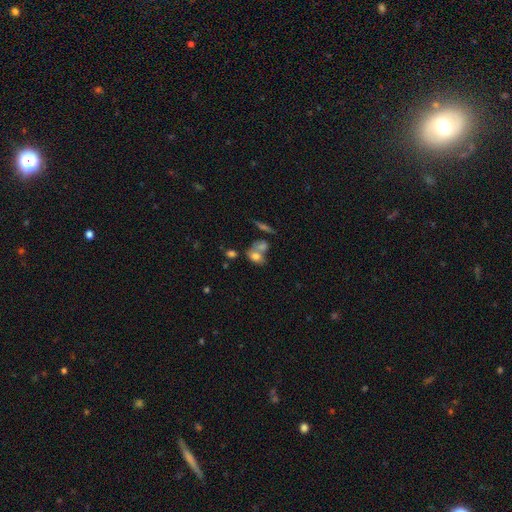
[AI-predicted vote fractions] Q: Smooth or featured?
A: smooth (58%); runner-up: featured or disk (25%)
Q: How rounded?
A: in between (59%); runner-up: round (36%)
Q: Merging?
A: merger (44%); runner-up: none (38%)